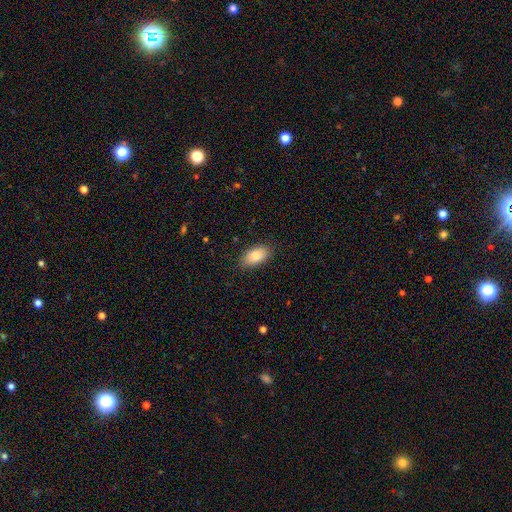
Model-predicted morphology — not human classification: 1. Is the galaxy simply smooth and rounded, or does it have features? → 86% smooth, 7% featured or disk, 7% star or artifact.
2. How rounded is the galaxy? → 94% in between, 4% round, 3% cigar-shaped.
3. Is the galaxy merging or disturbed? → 85% none, 11% minor disturbance, 3% major disturbance, 1% merger.